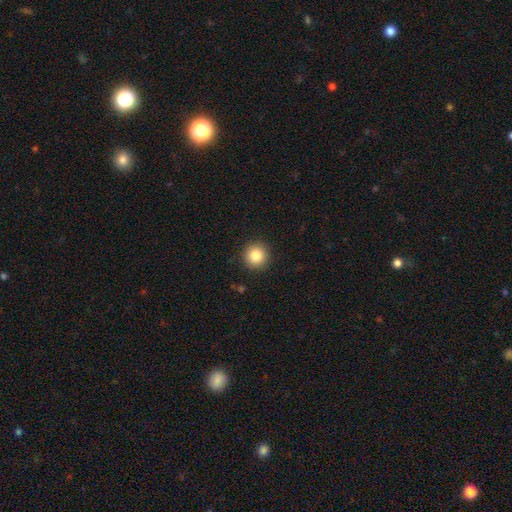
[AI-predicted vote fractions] smooth_or_featured: smooth (p=0.85) [alt: star or artifact p=0.10]
how_rounded: round (p=0.94) [alt: in between p=0.05]
merging: none (p=0.92) [alt: minor disturbance p=0.05]